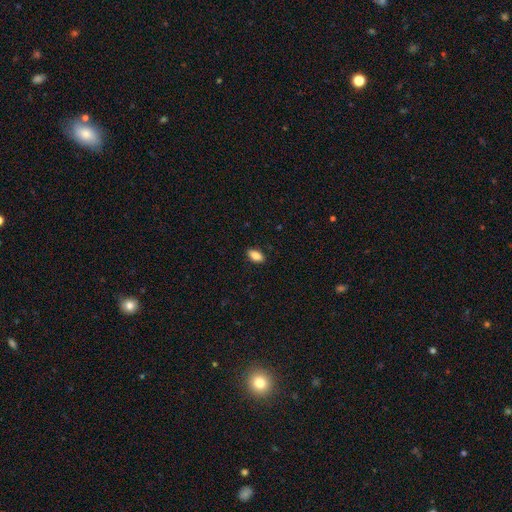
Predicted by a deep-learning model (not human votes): Overall: smooth (85%). How rounded: in between (90%). Merging: none (89%).